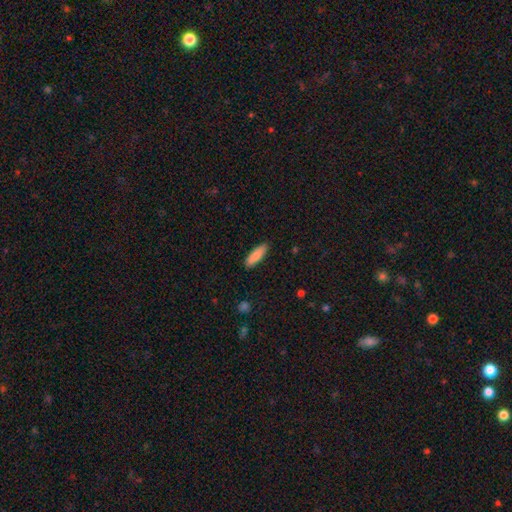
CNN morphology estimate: Smooth or featured: smooth — 87% (featured or disk — 7%)
How rounded: cigar-shaped — 56% (in between — 42%)
Merging: none — 89% (minor disturbance — 8%)